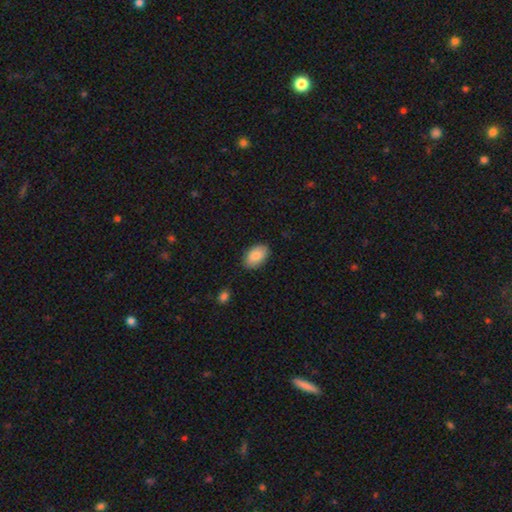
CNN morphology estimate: This is clearly a smooth galaxy (86%). How rounded: clearly in between (92%). Merging: clearly none (85%).